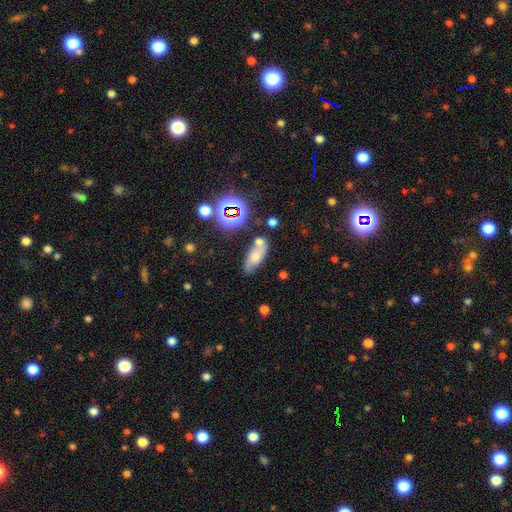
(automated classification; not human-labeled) smooth_or_featured: smooth (p=0.50) [alt: featured or disk p=0.34]
merging: none (p=0.57) [alt: merger p=0.19]